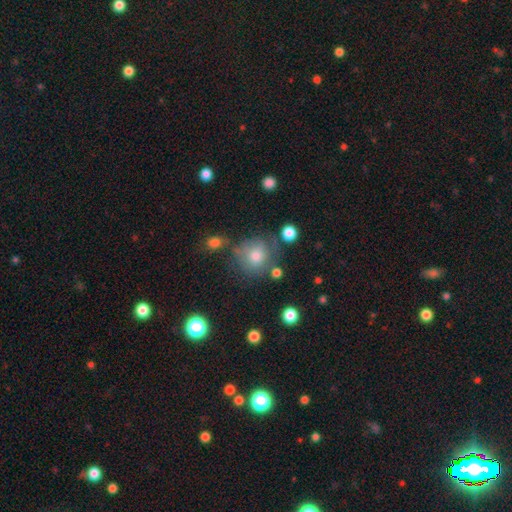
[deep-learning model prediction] Q: Smooth or featured?
A: smooth (74%); runner-up: star or artifact (14%)
Q: How rounded?
A: round (88%); runner-up: in between (11%)
Q: Merging?
A: none (67%); runner-up: minor disturbance (17%)